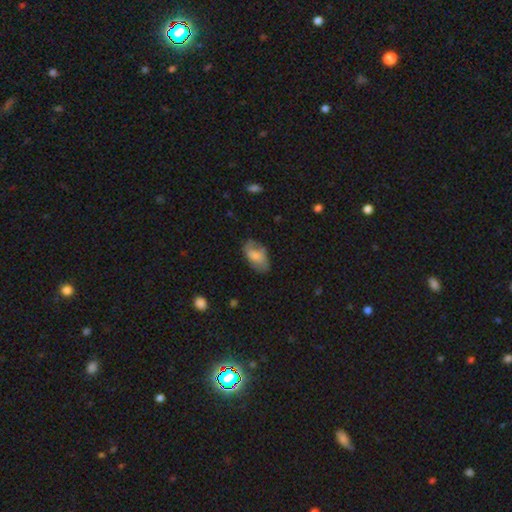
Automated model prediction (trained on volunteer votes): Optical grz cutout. It shows a smooth galaxy with no disk features (68%) that is in between round and cigar-shaped (92%). Merging: none (59%).